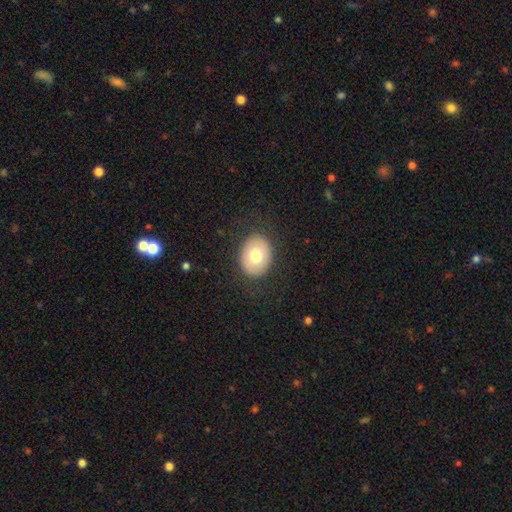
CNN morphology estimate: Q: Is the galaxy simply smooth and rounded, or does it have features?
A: smooth — 73%.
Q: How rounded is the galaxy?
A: in between — 65%.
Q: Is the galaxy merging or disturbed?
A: none — 85%.